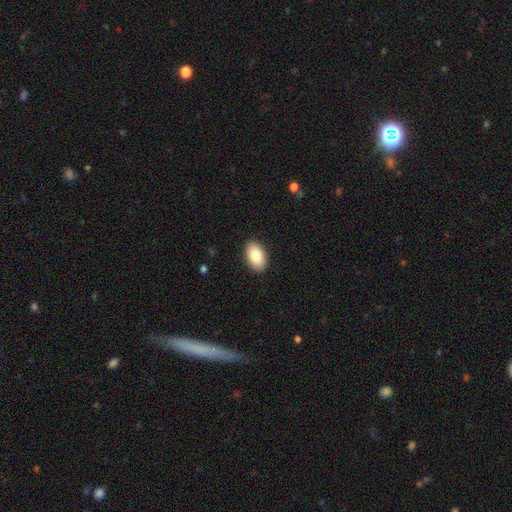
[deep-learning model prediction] Q: Smooth or featured?
A: smooth (84%); runner-up: featured or disk (9%)
Q: How rounded?
A: in between (94%); runner-up: round (5%)
Q: Merging?
A: none (90%); runner-up: minor disturbance (7%)